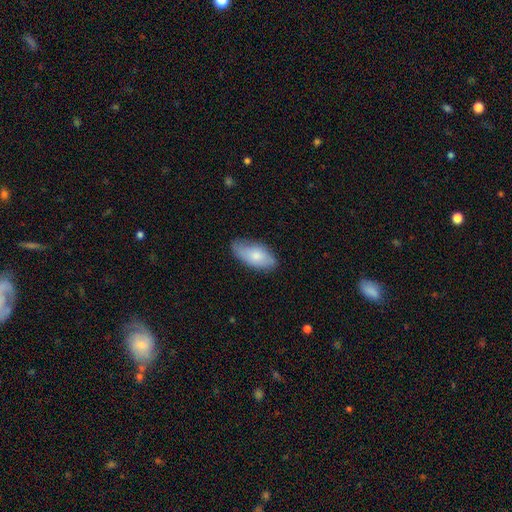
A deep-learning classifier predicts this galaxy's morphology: type=smooth (76%); roundness=in between (92%); merging=none (69%).